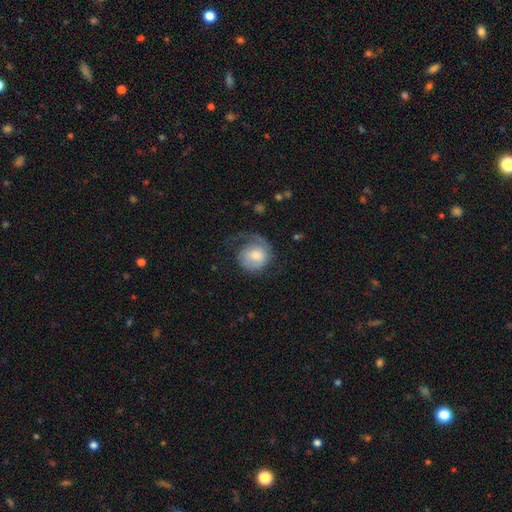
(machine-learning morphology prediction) featured or disk 48%, smooth 45%, star or artifact 7%. Down the decision tree: merging — none (41%).